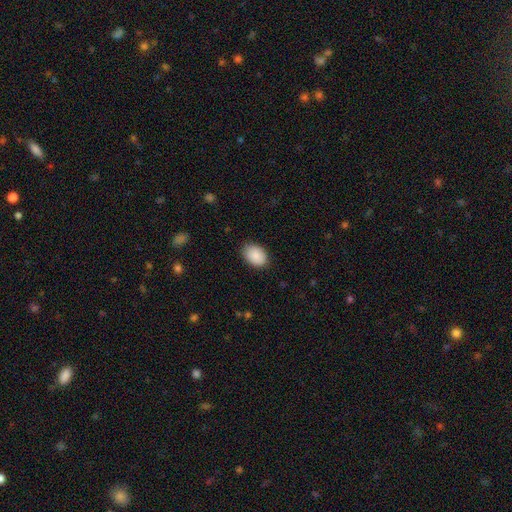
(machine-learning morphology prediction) A smooth galaxy with no disk features (90%) that is in between round and cigar-shaped (83%). Merging: none (85%).